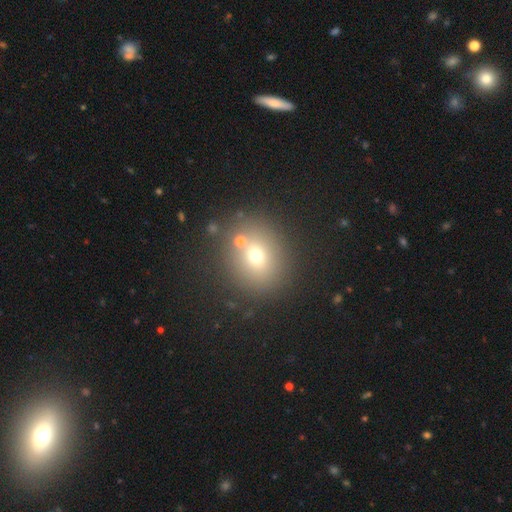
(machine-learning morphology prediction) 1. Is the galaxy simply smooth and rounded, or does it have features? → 65% smooth, 20% star or artifact, 15% featured or disk.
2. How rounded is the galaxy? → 73% round, 26% in between, 1% cigar-shaped.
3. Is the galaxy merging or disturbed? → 75% none, 11% merger, 10% minor disturbance, 5% major disturbance.